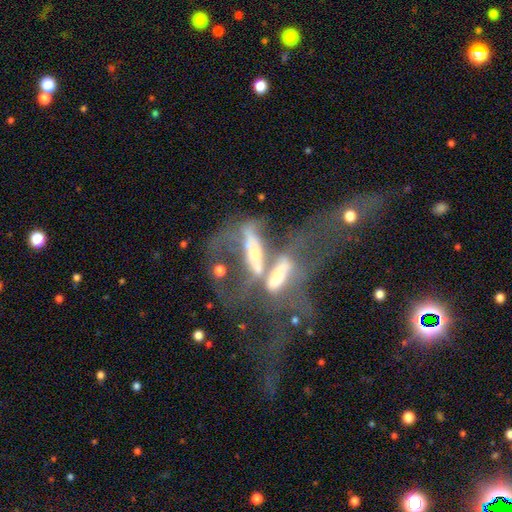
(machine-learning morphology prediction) This is likely a featured or disk galaxy (67%). It is likely not viewed edge-on (70%). Merging: likely merger (68%).